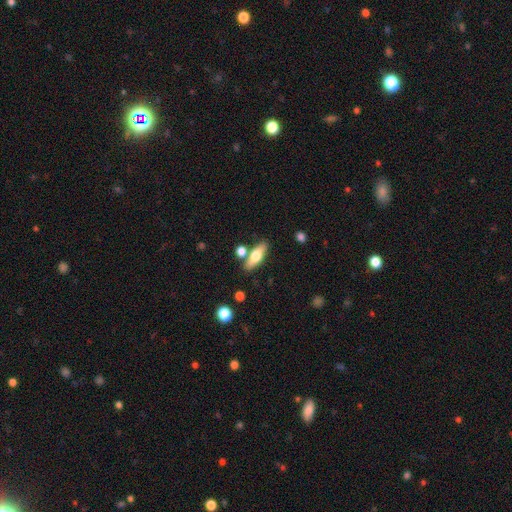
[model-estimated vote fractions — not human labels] smooth 60%, featured or disk 33%, star or artifact 7%. Down the decision tree: how rounded — in between (56%); merging — none (74%).